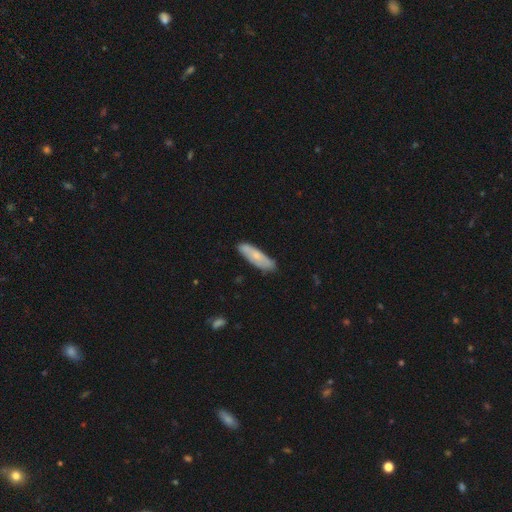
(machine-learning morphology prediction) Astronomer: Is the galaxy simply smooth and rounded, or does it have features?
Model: smooth — 64%.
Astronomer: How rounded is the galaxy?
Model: cigar-shaped — 60% (runner-up: in between, 38%).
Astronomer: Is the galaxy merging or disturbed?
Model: none — 82%.